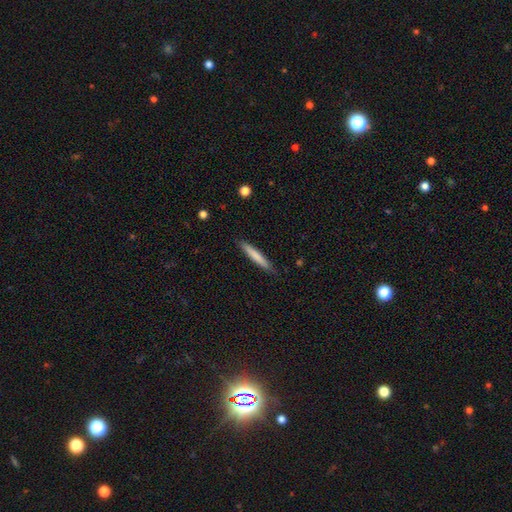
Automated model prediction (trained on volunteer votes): The model was most divided on "smooth or featured": smooth: 74%, featured or disk: 20%, star or artifact: 5%. More confident: how rounded — cigar-shaped (95%); merging — none (86%).